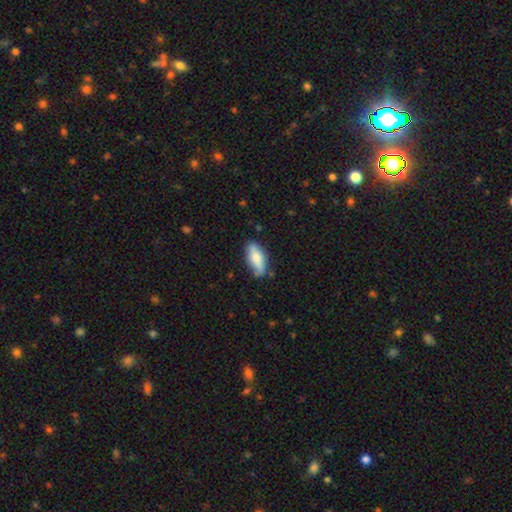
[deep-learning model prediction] smooth 71%, featured or disk 23%, star or artifact 6%. Down the decision tree: how rounded — in between (72%); merging — none (72%).